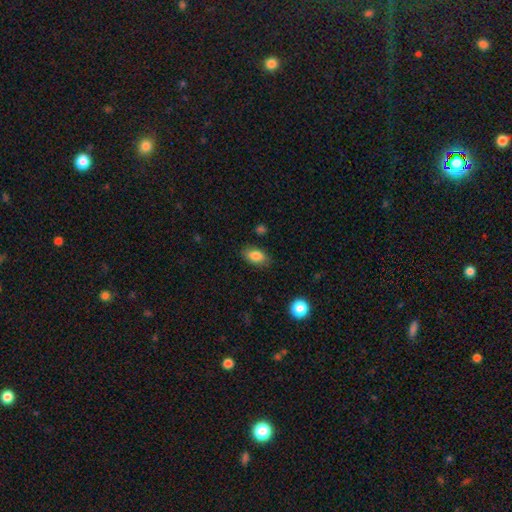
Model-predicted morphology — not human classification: The model was most divided on "merging": none: 81%, minor disturbance: 14%, major disturbance: 3%, merger: 2%. More confident: how rounded — in between (90%); smooth or featured — smooth (83%).